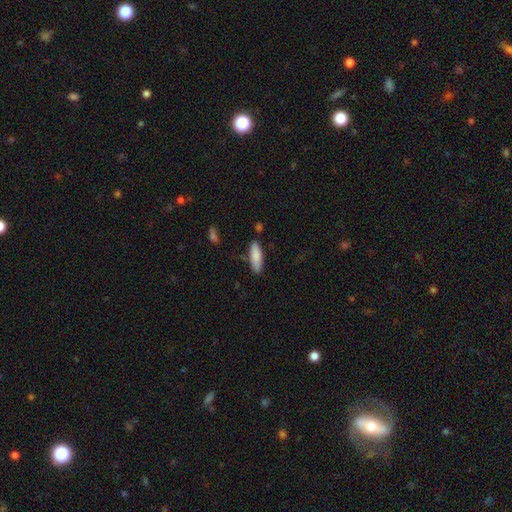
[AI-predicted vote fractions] The model was most divided on "how rounded": in between: 57%, cigar-shaped: 41%, round: 2%. More confident: smooth or featured — smooth (85%); merging — none (80%).